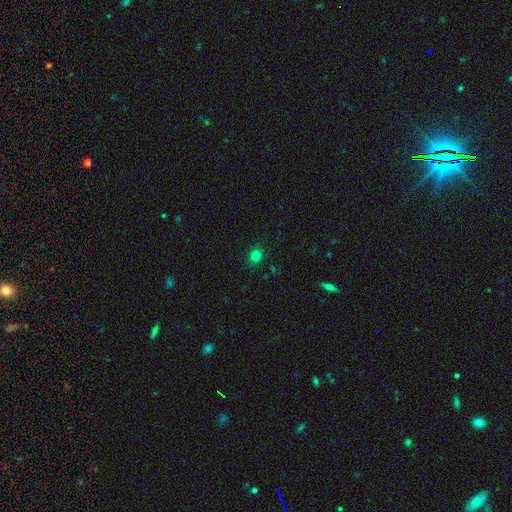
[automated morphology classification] smooth_or_featured: smooth (p=0.79) [alt: star or artifact p=0.16]
how_rounded: round (p=0.81) [alt: in between p=0.18]
merging: none (p=0.90) [alt: minor disturbance p=0.07]